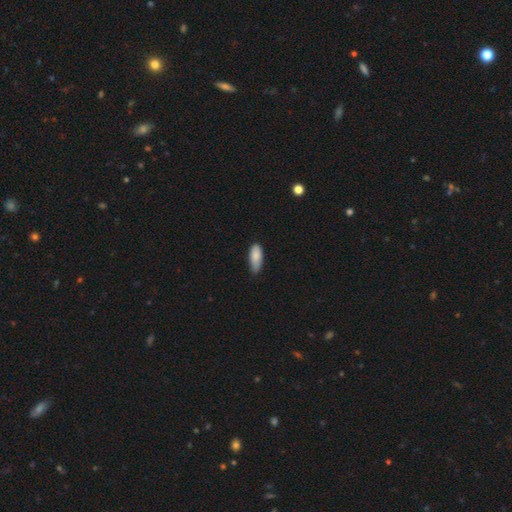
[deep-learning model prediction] Q: Smooth or featured?
A: smooth (86%); runner-up: featured or disk (8%)
Q: How rounded?
A: in between (82%); runner-up: cigar-shaped (16%)
Q: Merging?
A: none (59%); runner-up: minor disturbance (35%)